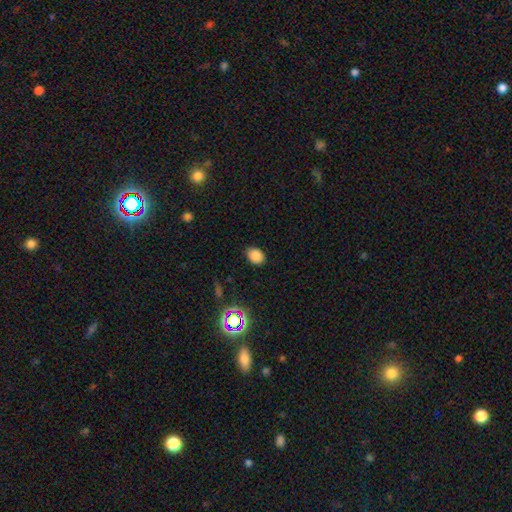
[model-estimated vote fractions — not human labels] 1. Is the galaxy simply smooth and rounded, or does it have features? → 83% smooth, 13% star or artifact, 4% featured or disk.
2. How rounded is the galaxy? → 71% in between, 28% round, 1% cigar-shaped.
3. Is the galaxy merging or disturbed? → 84% none, 12% minor disturbance, 3% major disturbance, 1% merger.